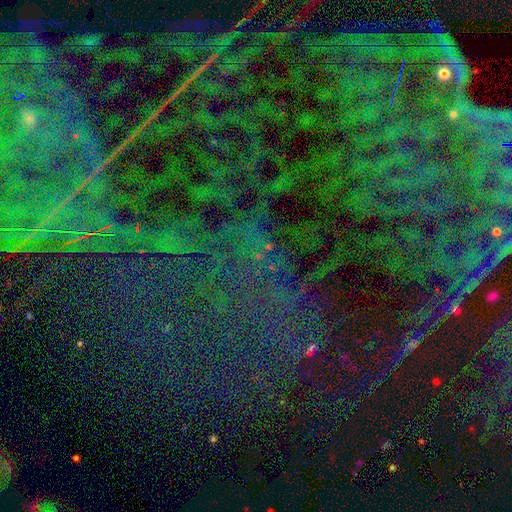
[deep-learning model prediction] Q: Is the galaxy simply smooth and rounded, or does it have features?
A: star or artifact — 83%.